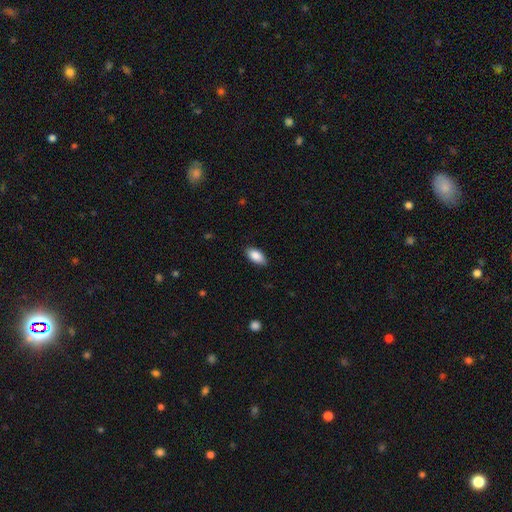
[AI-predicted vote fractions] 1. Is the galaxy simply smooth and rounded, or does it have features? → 88% smooth, 7% star or artifact, 5% featured or disk.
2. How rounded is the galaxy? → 92% in between, 5% cigar-shaped, 3% round.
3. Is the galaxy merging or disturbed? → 87% none, 10% minor disturbance, 2% major disturbance, 1% merger.